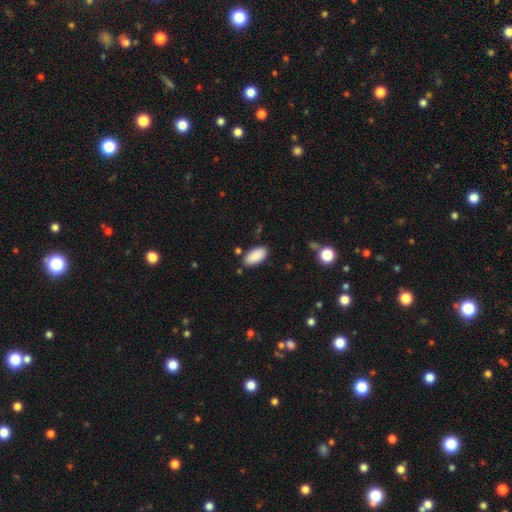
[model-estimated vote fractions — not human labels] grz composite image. It shows a smooth galaxy with no disk features (90%) that is in between round and cigar-shaped (93%). Merging: none (85%).